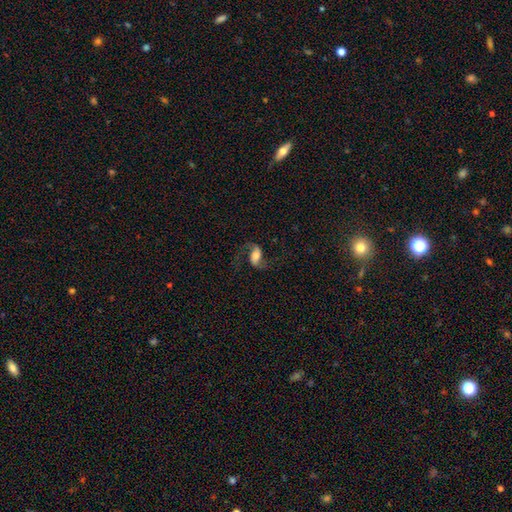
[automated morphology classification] Smooth or featured? Predicted: featured or disk (p=0.78). Edge-on disk? Predicted: no (p=0.96). Bar? Predicted: weak (p=0.38). Spiral arms? Predicted: yes (p=0.95). Spiral winding? Predicted: loose (p=0.70). Spiral arm count? Predicted: 2 (p=0.92). Bulge size? Predicted: moderate (p=0.50). Merging? Predicted: none (p=0.73).